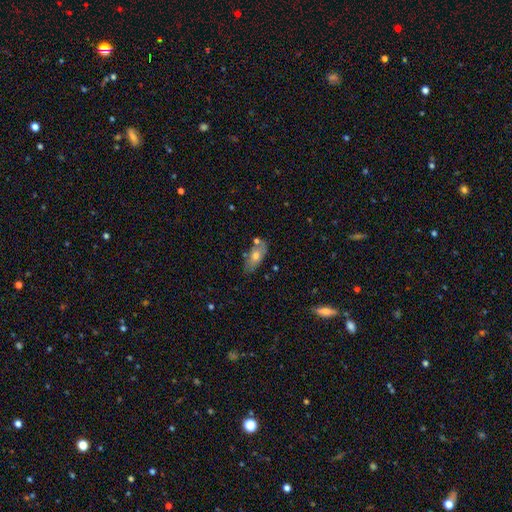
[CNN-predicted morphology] The model was most divided on "smooth or featured": smooth: 59%, featured or disk: 33%, star or artifact: 8%. More confident: how rounded — in between (83%); merging — none (66%).